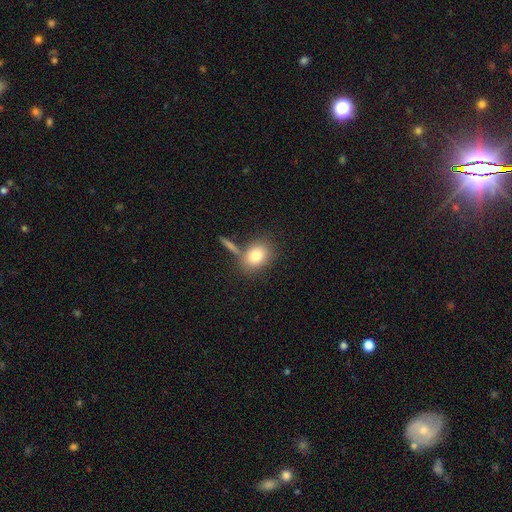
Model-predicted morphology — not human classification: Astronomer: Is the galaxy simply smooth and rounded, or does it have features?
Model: smooth — 79%.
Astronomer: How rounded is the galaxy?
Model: in between — 56% (runner-up: round, 42%).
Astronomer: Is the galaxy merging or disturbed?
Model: none — 66%.